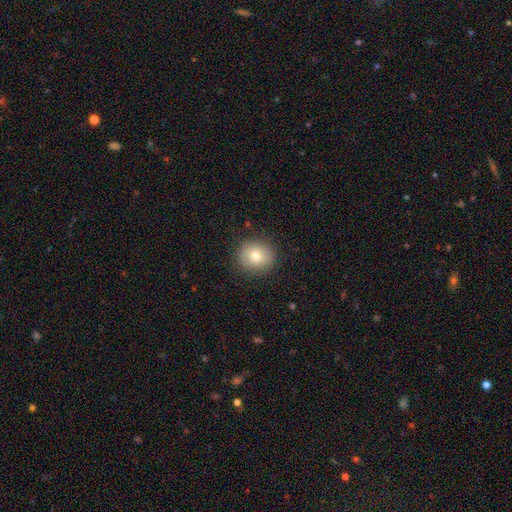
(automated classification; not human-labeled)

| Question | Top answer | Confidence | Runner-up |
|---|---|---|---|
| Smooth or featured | smooth | 77% | featured or disk (13%) |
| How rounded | round | 82% | in between (17%) |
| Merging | none | 88% | minor disturbance (9%) |